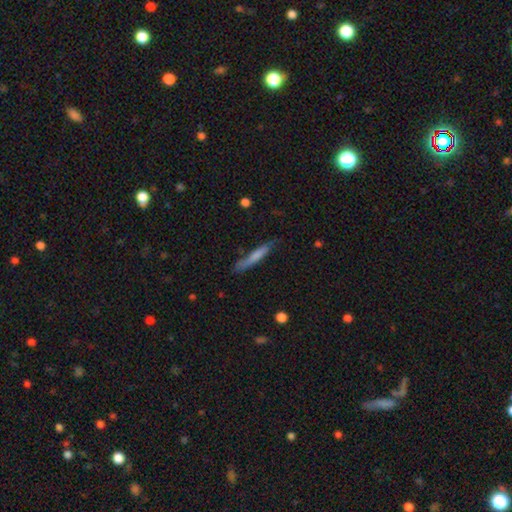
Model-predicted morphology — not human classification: The model was most divided on "smooth or featured": smooth: 65%, featured or disk: 29%, star or artifact: 6%. More confident: how rounded — cigar-shaped (93%); merging — none (70%).